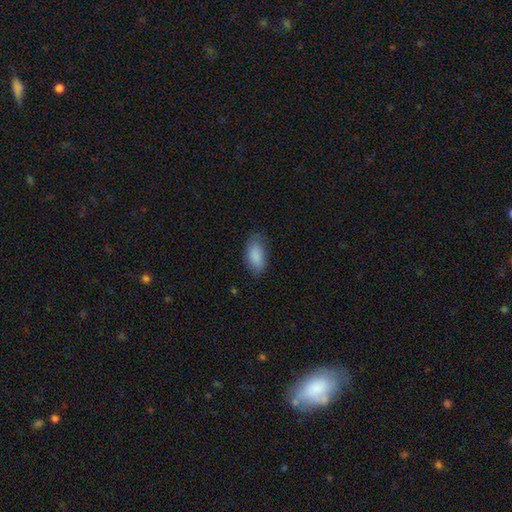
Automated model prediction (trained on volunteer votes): This is clearly a smooth galaxy (88%). How rounded: clearly in between (92%). Merging: likely none (77%).